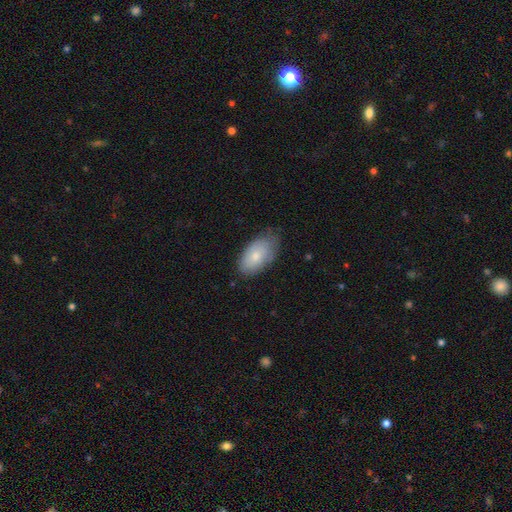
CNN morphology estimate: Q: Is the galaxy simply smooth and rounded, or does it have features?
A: smooth — 74%.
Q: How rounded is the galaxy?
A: in between — 94%.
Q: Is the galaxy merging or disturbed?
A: none — 68%.